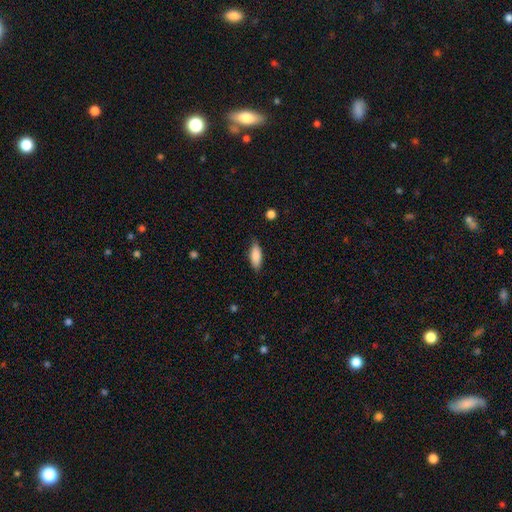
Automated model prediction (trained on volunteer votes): Q: Smooth or featured?
A: smooth (86%); runner-up: featured or disk (7%)
Q: How rounded?
A: in between (72%); runner-up: cigar-shaped (26%)
Q: Merging?
A: none (83%); runner-up: minor disturbance (14%)